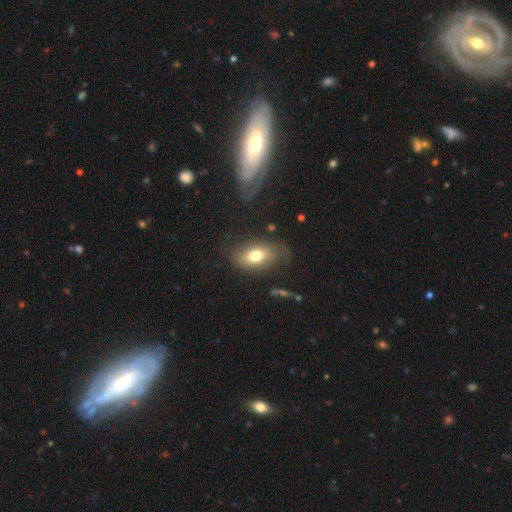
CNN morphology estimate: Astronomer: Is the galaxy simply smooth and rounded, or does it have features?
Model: smooth — 72%.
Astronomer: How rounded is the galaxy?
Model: in between — 87%.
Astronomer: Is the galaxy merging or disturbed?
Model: none — 68%.